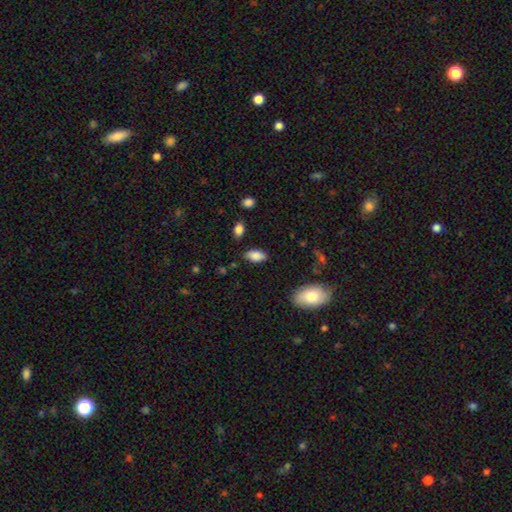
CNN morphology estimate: This is clearly a smooth galaxy (84%). How rounded: clearly in between (93%). Merging: clearly none (83%).